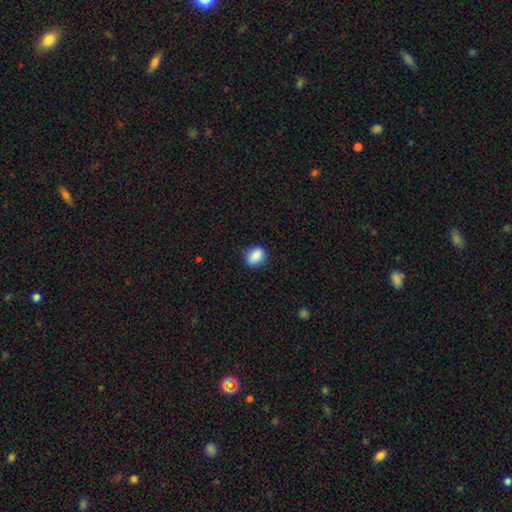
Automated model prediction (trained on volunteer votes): Overall: smooth (88%). How rounded: in between (59%; round 40%). Merging: none (83%).